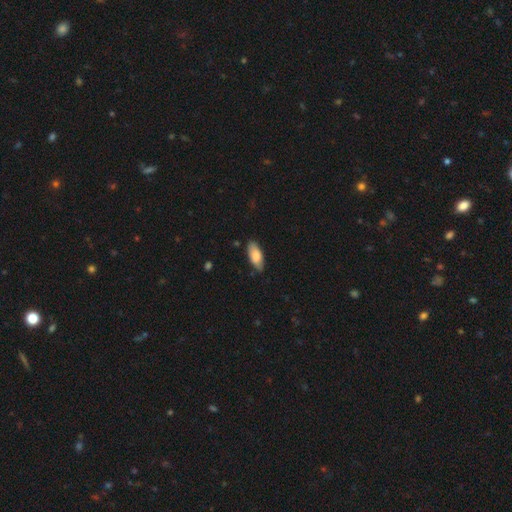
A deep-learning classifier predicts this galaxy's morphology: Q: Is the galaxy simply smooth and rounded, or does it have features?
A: smooth — 82%.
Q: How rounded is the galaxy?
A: in between — 83%.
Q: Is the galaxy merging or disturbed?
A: none — 82%.